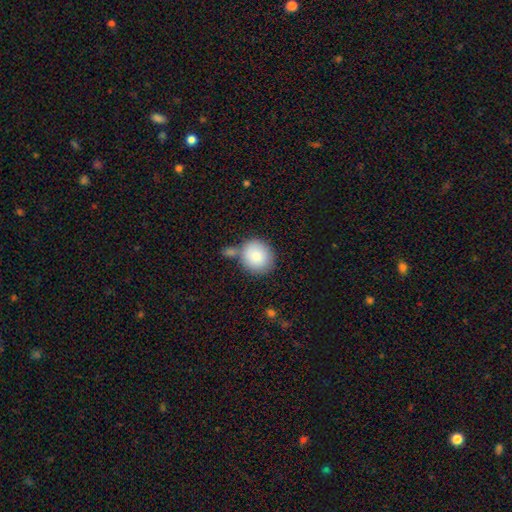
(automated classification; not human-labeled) Smooth or featured? Predicted: smooth (p=0.83). How rounded? Predicted: round (p=0.81). Merging? Predicted: none (p=0.65).